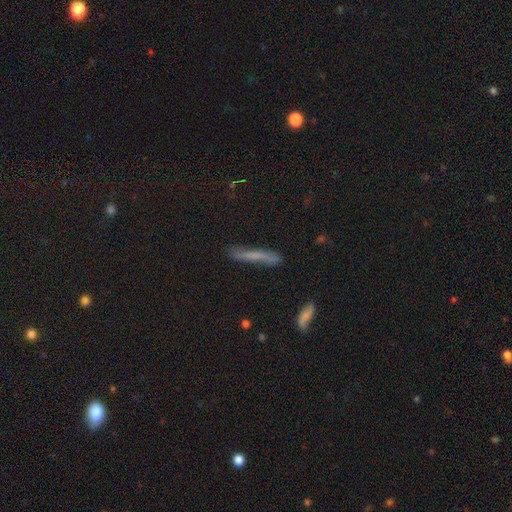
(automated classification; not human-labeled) This appears to be a smooth galaxy with no disk features (57%) that is cigar-shaped (92%). Merging: none (71%).